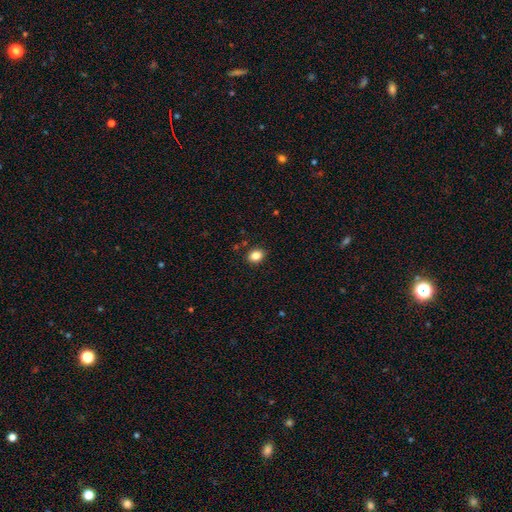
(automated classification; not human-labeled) Smooth or featured: smooth — 85% (star or artifact — 10%)
How rounded: in between — 56% (round — 44%)
Merging: none — 89% (minor disturbance — 8%)